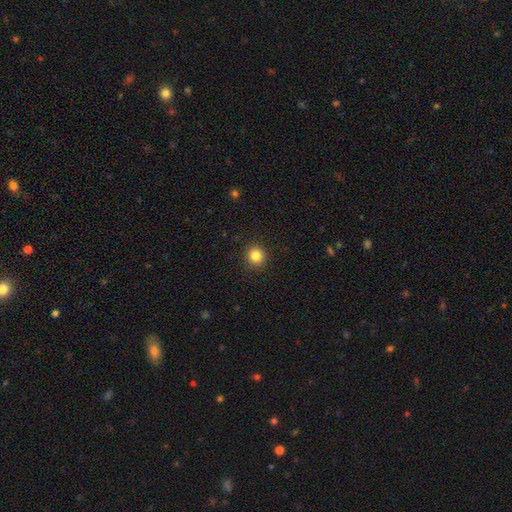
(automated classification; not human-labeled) A smooth galaxy with no disk features (83%) that is round (91%). Merging: none (92%).